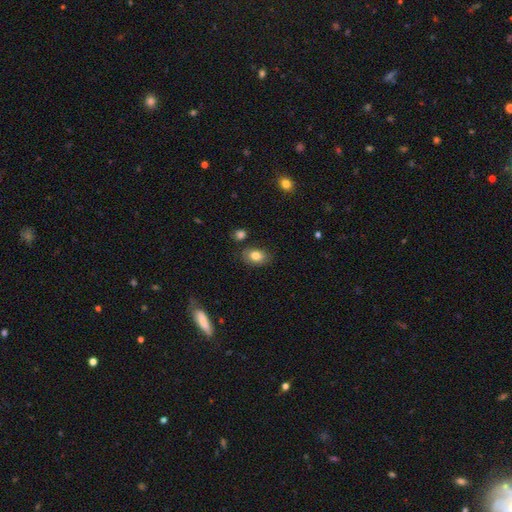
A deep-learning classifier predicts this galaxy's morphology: Smooth or featured? smooth (80%)
How rounded? in between (84%)
Merging? none (79%)